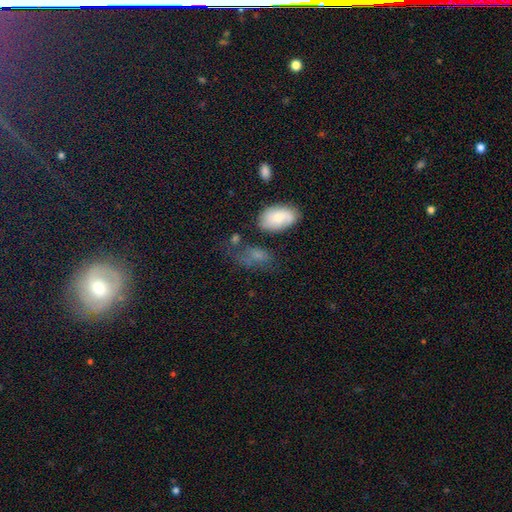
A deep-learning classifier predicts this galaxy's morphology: type=smooth (63%); roundness=in between (77%); merging=none (42%).